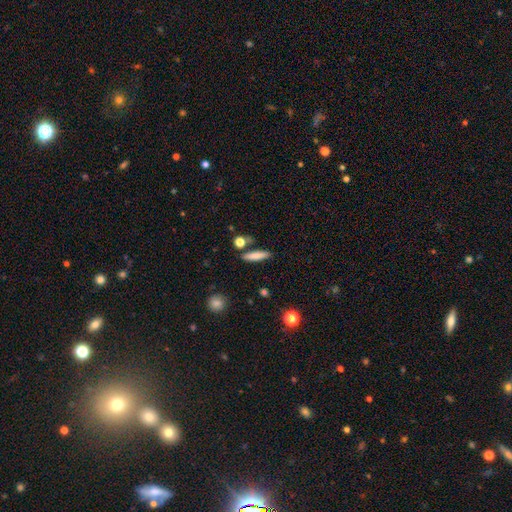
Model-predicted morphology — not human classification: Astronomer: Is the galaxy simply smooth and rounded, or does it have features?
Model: smooth — 79%.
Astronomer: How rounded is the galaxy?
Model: cigar-shaped — 77%.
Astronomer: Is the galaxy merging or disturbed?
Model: none — 81%.